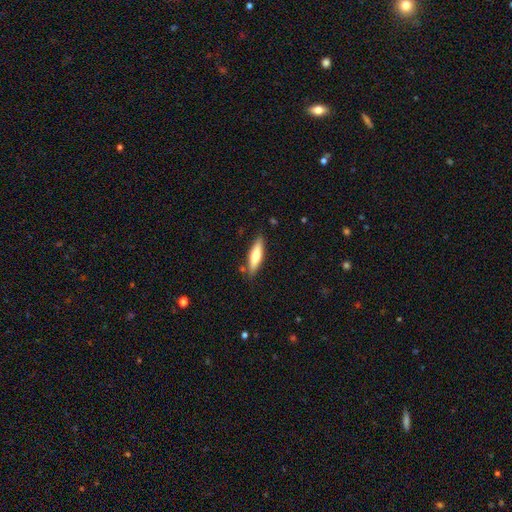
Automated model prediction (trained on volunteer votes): Smooth or featured?
  - smooth: 66% *
  - featured or disk: 29%
  - star or artifact: 6%
How rounded?
  - cigar-shaped: 69% *
  - in between: 30%
  - round: 2%
Merging?
  - none: 83% *
  - minor disturbance: 12%
  - merger: 3%
  - major disturbance: 2%